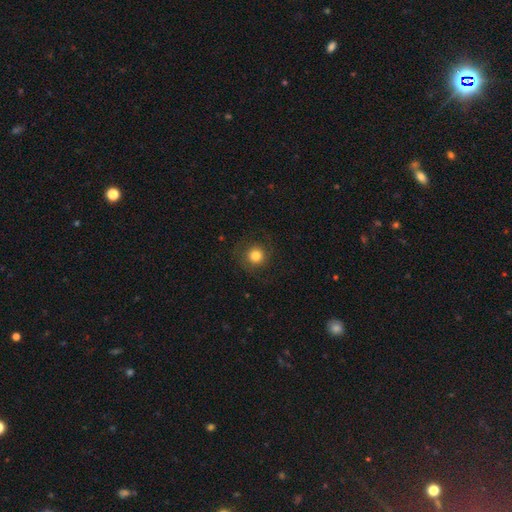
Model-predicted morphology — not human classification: smooth-or-featured: smooth: 78% | featured or disk: 11% | star or artifact: 10%
  how-rounded: round: 94% | in between: 5% | cigar-shaped: 1%
  merging: none: 81% | minor disturbance: 11% | major disturbance: 7% | merger: 1%